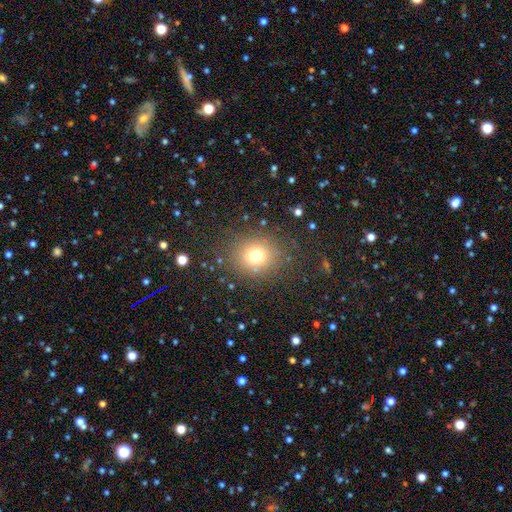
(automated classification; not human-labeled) smooth 73%, star or artifact 17%, featured or disk 10%. Down the decision tree: how rounded — round (77%); merging — none (83%).